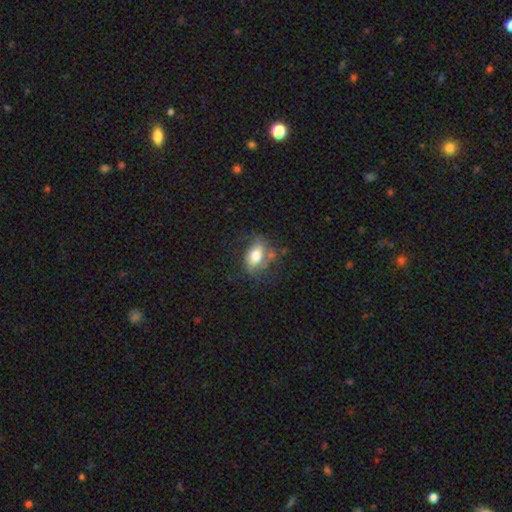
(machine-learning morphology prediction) A smooth galaxy with no disk features (55%) that is in between round and cigar-shaped (81%). Merging: none (45%).